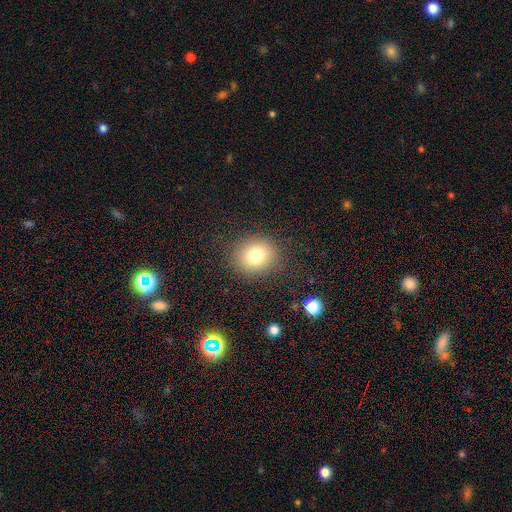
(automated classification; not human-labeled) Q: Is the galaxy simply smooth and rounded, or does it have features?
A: smooth — 78%.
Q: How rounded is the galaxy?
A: round — 77%.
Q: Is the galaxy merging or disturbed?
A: none — 86%.